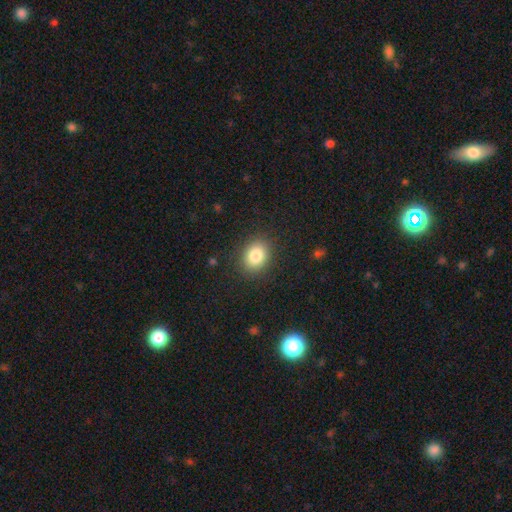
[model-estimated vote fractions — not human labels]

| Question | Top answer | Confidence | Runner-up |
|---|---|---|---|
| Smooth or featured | smooth | 85% | star or artifact (9%) |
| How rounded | in between | 53% | round (46%) |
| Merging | none | 87% | minor disturbance (9%) |